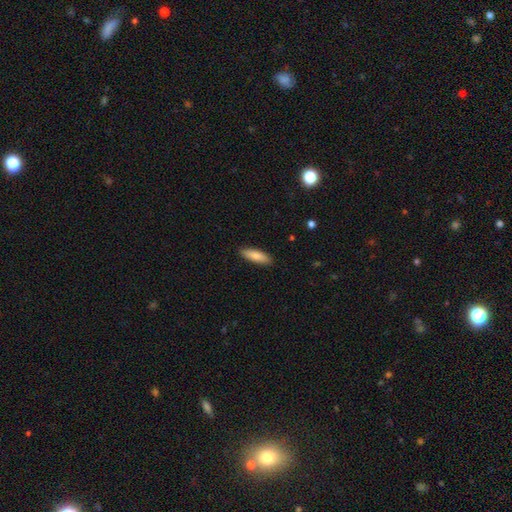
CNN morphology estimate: type=smooth (82%); roundness=cigar-shaped (50%); merging=none (90%).